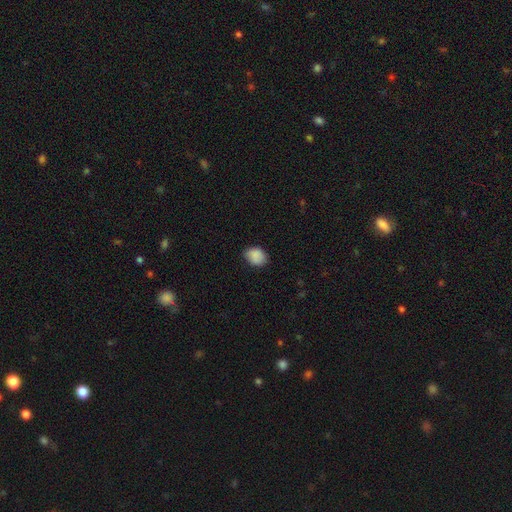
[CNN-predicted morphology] Overall: smooth (87%). How rounded: in between (60%; round 39%). Merging: none (73%).